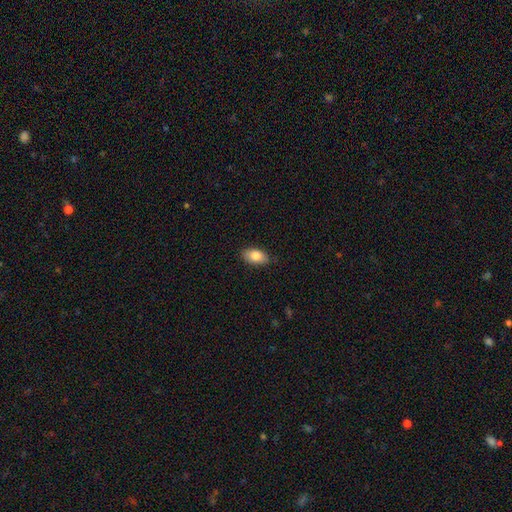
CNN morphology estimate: Smooth or featured?
  - smooth: 83% *
  - featured or disk: 10%
  - star or artifact: 7%
How rounded?
  - in between: 93% *
  - round: 5%
  - cigar-shaped: 2%
Merging?
  - none: 87% *
  - minor disturbance: 10%
  - major disturbance: 2%
  - merger: 1%